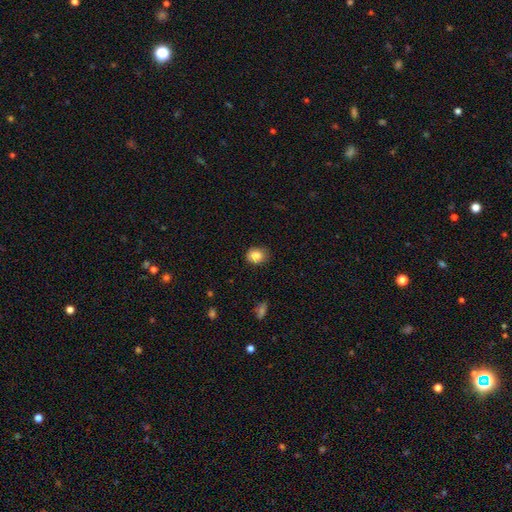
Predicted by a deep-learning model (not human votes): Smooth or featured?
  - smooth: 86% *
  - star or artifact: 9%
  - featured or disk: 5%
How rounded?
  - round: 58% *
  - in between: 42%
  - cigar-shaped: 1%
Merging?
  - none: 76% *
  - minor disturbance: 19%
  - major disturbance: 3%
  - merger: 1%